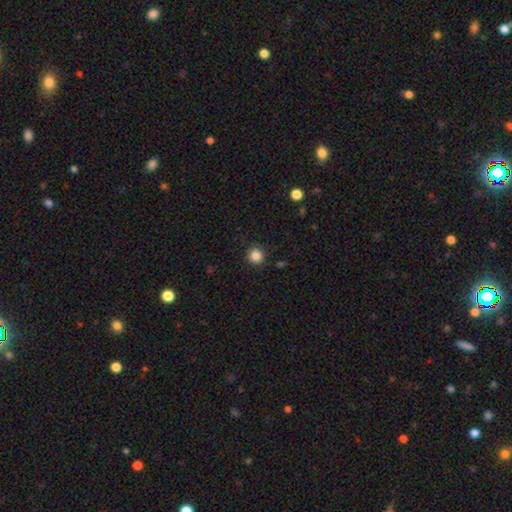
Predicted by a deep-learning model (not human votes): This is clearly a smooth galaxy (86%). How rounded: clearly round (93%). Merging: clearly none (90%).